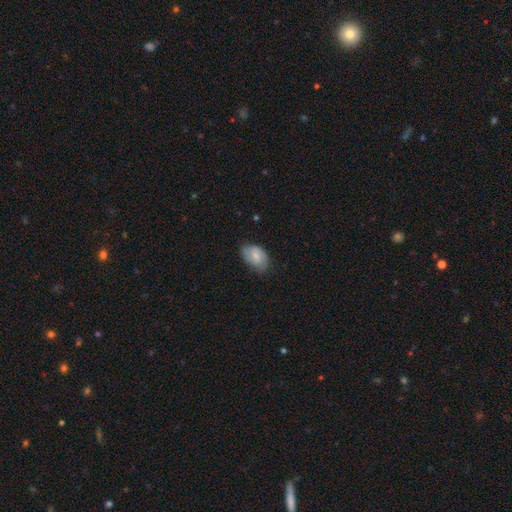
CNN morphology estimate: A smooth galaxy with no disk features (62%) that is in between round and cigar-shaped (89%).

Vote fractions:
- Smooth or featured? smooth: 62% / featured or disk: 31% / star or artifact: 7%
- How rounded? in between: 89% / round: 10% / cigar-shaped: 1%
- Merging? none: 62% / minor disturbance: 30% / major disturbance: 6% / merger: 1%